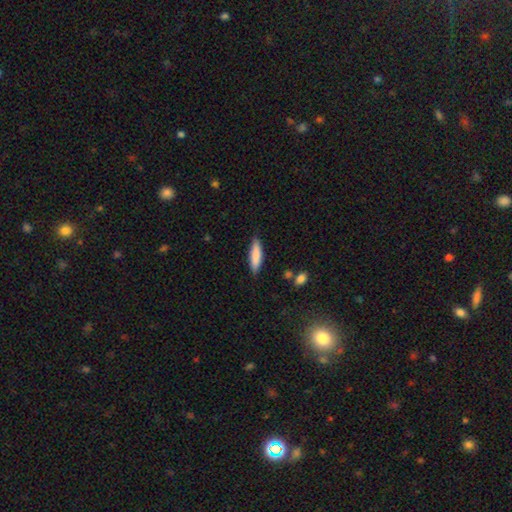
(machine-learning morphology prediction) A smooth galaxy with no disk features (82%) that is cigar-shaped (68%). Merging: none (83%).